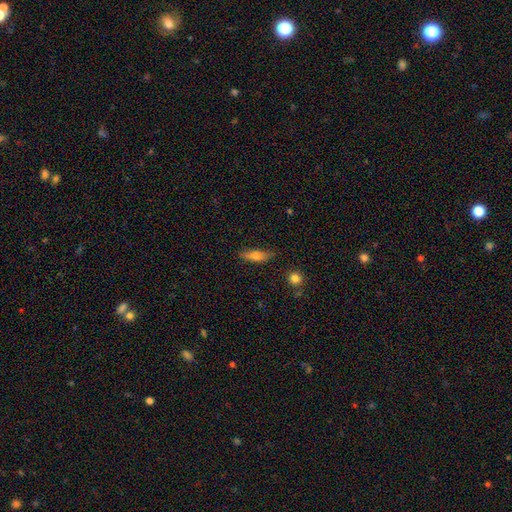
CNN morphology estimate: This is likely a smooth galaxy (63%). How rounded: possibly cigar-shaped (57%). Merging: likely none (79%).